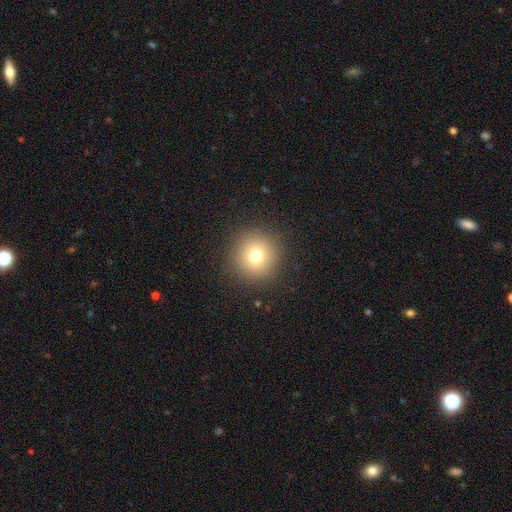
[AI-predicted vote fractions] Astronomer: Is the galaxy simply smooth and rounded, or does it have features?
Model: smooth — 74%.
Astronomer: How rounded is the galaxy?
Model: round — 95%.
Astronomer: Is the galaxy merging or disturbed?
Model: none — 90%.